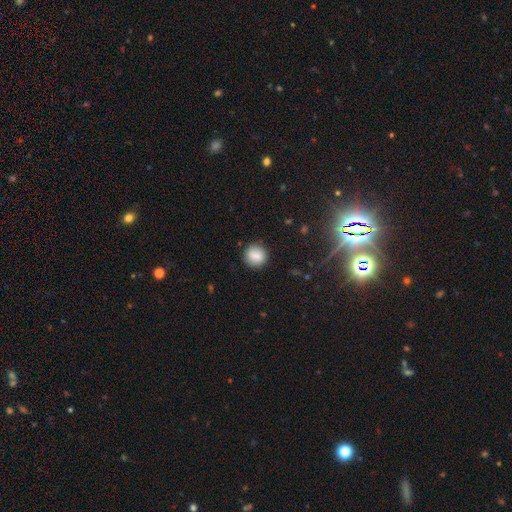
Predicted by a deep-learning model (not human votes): A smooth galaxy with no disk features (83%) that is round (86%). Merging: none (87%).